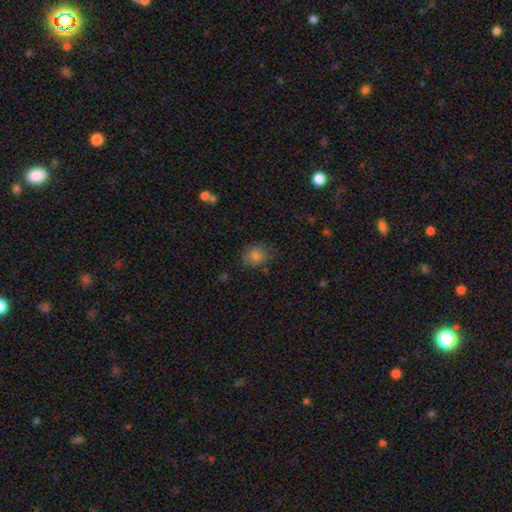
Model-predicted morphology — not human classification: smooth_or_featured: smooth (p=0.81) [alt: star or artifact p=0.12]
how_rounded: round (p=0.56) [alt: in between p=0.43]
merging: none (p=0.77) [alt: minor disturbance p=0.17]